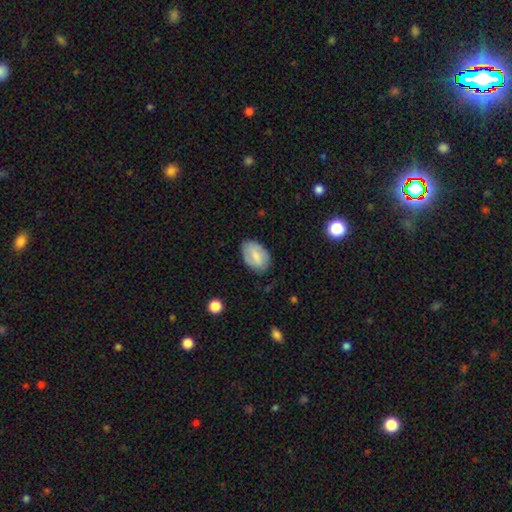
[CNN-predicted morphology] The model was most divided on "smooth or featured": smooth: 62%, featured or disk: 31%, star or artifact: 7%. More confident: how rounded — in between (90%); merging — none (75%).